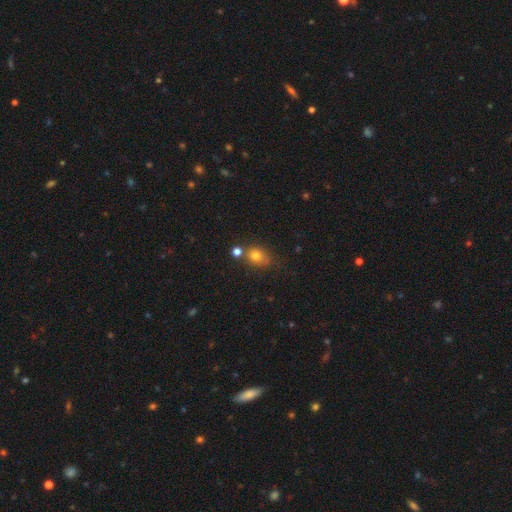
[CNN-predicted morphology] A smooth galaxy with no disk features (78%) that is round (57%). Merging: none (57%).